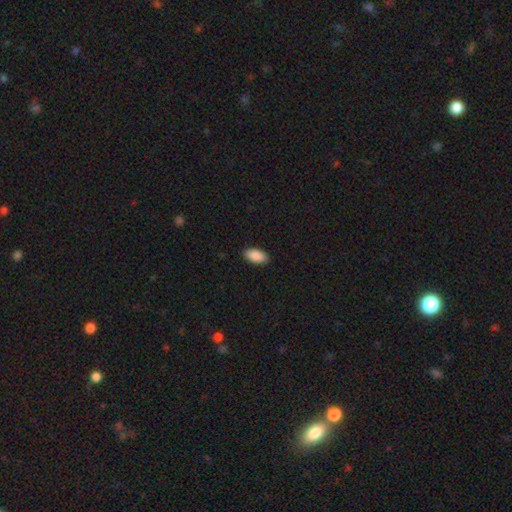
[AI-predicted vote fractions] Morphology: type=smooth (91%); roundness=in between (94%); merging=none (90%).